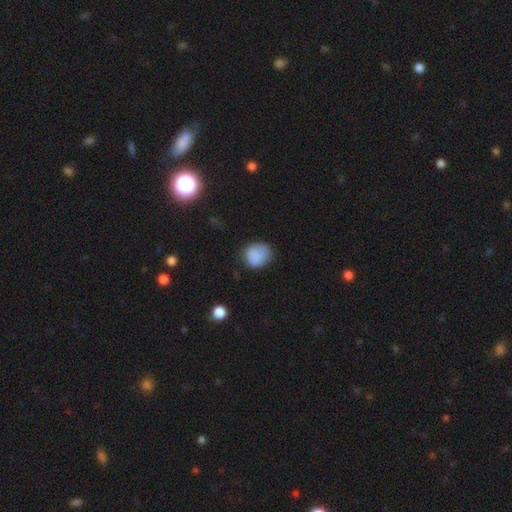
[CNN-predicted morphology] type=smooth (84%); roundness=round (69%); merging=none (66%).